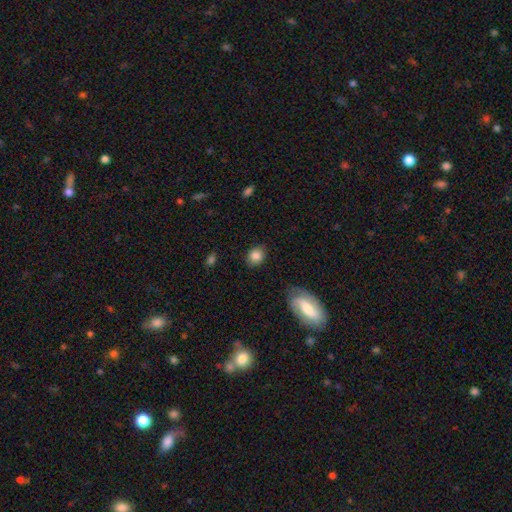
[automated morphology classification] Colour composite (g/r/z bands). It shows a smooth galaxy with no disk features (82%) that is round (51%). Merging: none (82%).